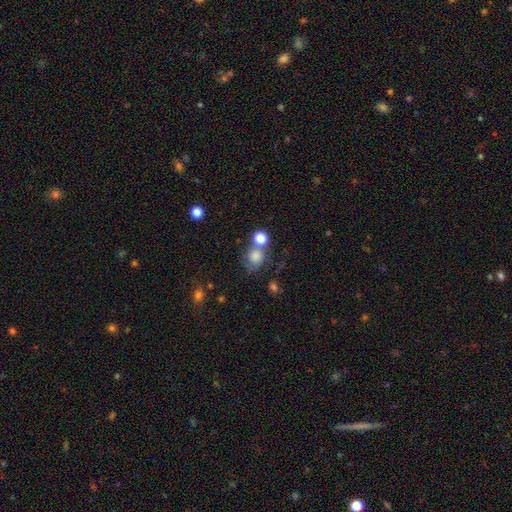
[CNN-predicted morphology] This appears to be a smooth galaxy with no disk features (75%) that is round (73%). Merging: none (50%).